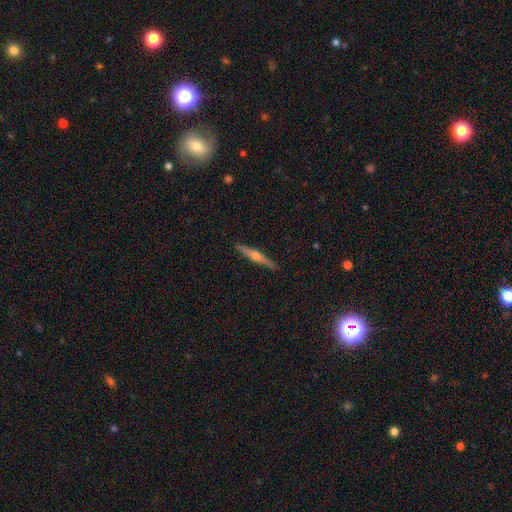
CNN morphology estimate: smooth_or_featured: featured or disk (p=0.68) [alt: smooth p=0.26]
disk_edge_on: yes (p=0.98) [alt: no p=0.02]
edge_on_bulge: rounded (p=0.87) [alt: boxy p=0.07]
merging: none (p=0.91) [alt: minor disturbance p=0.07]